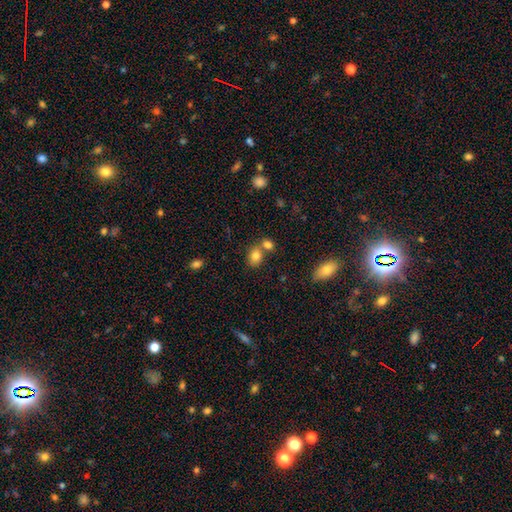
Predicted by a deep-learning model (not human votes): Smooth or featured? smooth (81%)
How rounded? in between (60%)
Merging? none (53%)